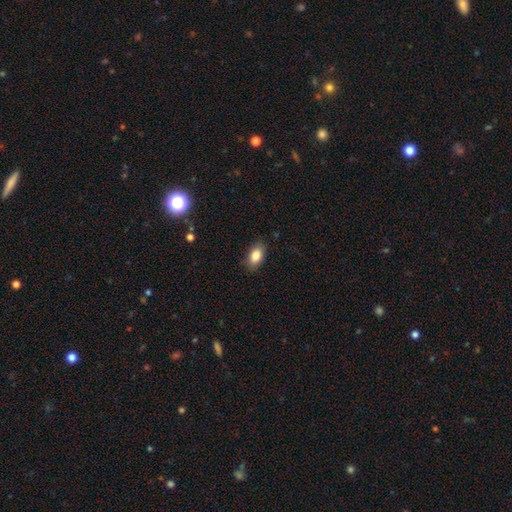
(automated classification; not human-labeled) Overall: smooth (85%). How rounded: in between (89%). Merging: none (84%).